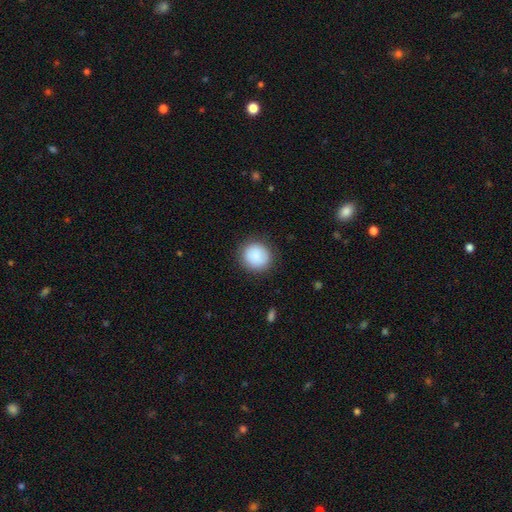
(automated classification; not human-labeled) smooth-or-featured: smooth: 88% | star or artifact: 7% | featured or disk: 5%
  how-rounded: round: 90% | in between: 9% | cigar-shaped: 1%
  merging: none: 88% | minor disturbance: 8% | major disturbance: 3% | merger: 1%